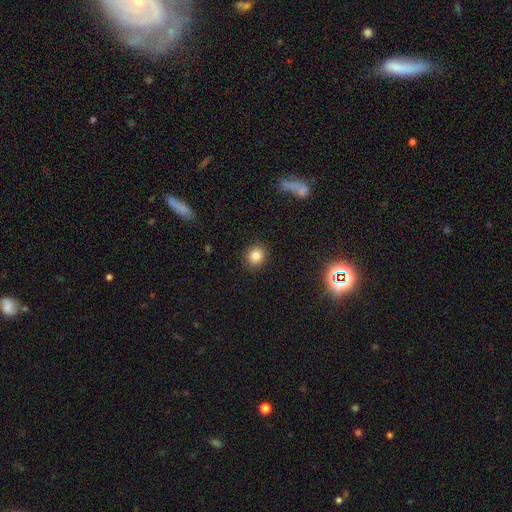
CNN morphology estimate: A smooth galaxy with no disk features (83%) that is round (81%).

Vote fractions:
- Smooth or featured? smooth: 83% / star or artifact: 11% / featured or disk: 5%
- How rounded? round: 81% / in between: 18% / cigar-shaped: 1%
- Merging? none: 89% / minor disturbance: 7% / major disturbance: 2% / merger: 1%